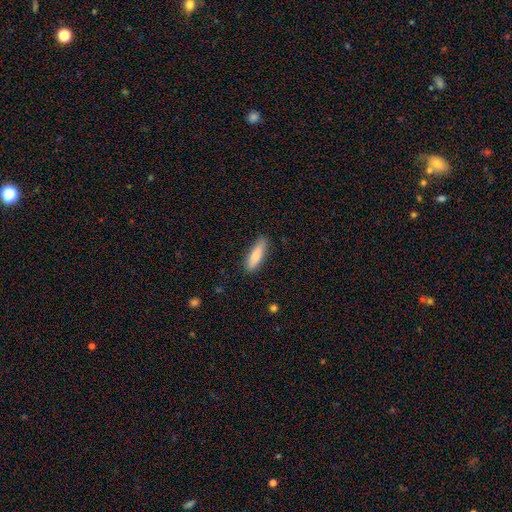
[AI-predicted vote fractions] This appears to be a smooth galaxy with no disk features (83%) that is cigar-shaped (59%). Merging: none (84%).